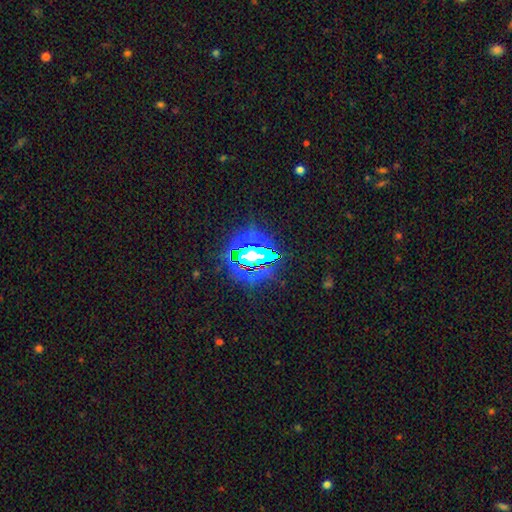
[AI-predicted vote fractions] Smooth or featured? star or artifact (71%)